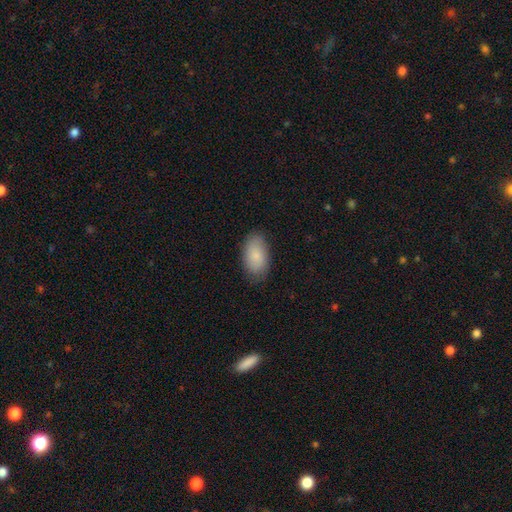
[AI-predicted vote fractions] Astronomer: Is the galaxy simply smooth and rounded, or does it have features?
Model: smooth — 82%.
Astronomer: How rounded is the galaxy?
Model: in between — 94%.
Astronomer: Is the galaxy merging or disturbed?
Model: none — 82%.